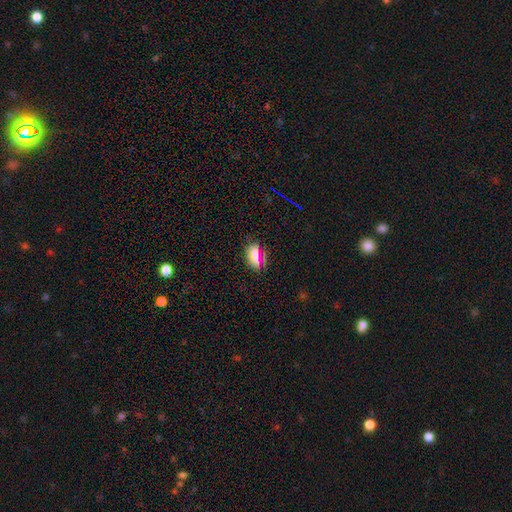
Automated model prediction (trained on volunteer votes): Overall: smooth (75%). How rounded: in between (79%). Merging: none (80%).